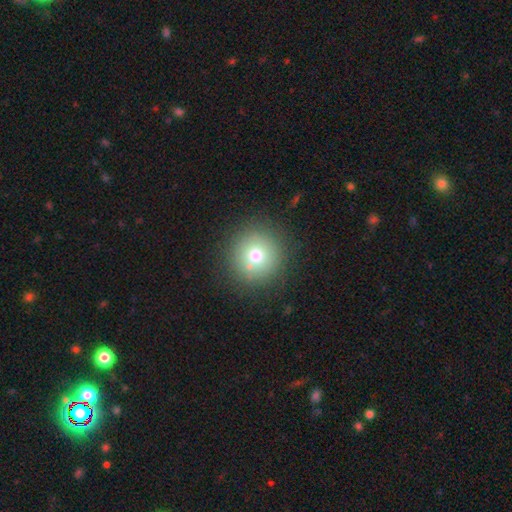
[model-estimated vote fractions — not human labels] smooth 72%, featured or disk 14%, star or artifact 14%. Down the decision tree: how rounded — round (95%); merging — none (84%).